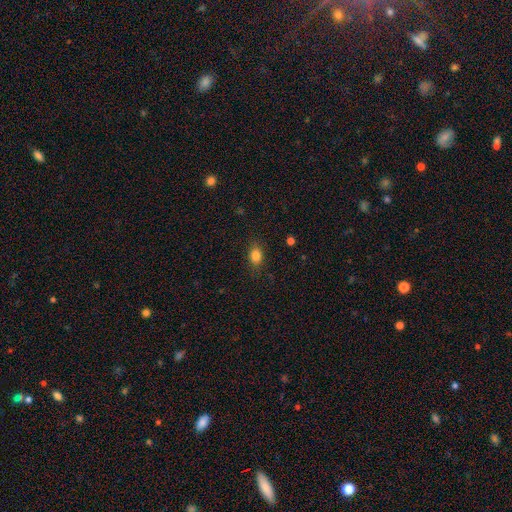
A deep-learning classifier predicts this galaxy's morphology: Smooth or featured: smooth — 83% (star or artifact — 11%)
How rounded: in between — 68% (round — 29%)
Merging: none — 83% (minor disturbance — 13%)